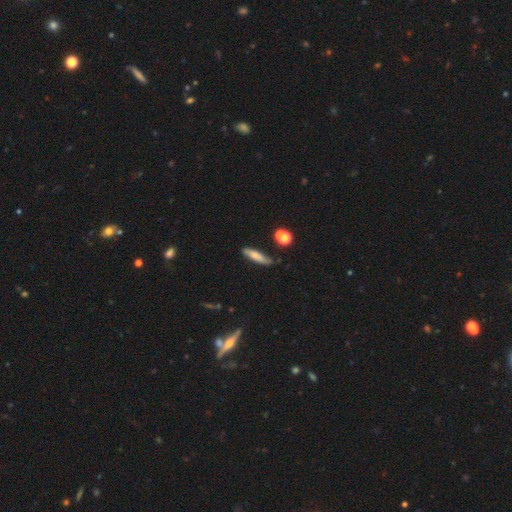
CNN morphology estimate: Smooth or featured: smooth — 69% (featured or disk — 22%)
How rounded: cigar-shaped — 74% (in between — 23%)
Merging: none — 70% (minor disturbance — 20%)